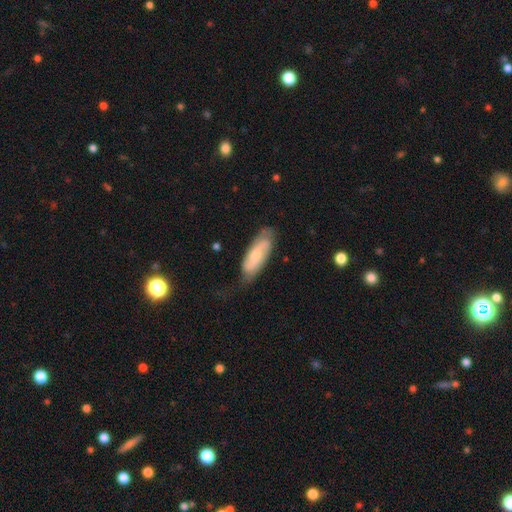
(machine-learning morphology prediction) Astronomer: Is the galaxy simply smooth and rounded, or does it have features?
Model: featured or disk — 49% (runner-up: smooth, 45%).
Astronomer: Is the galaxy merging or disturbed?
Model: none — 62%.